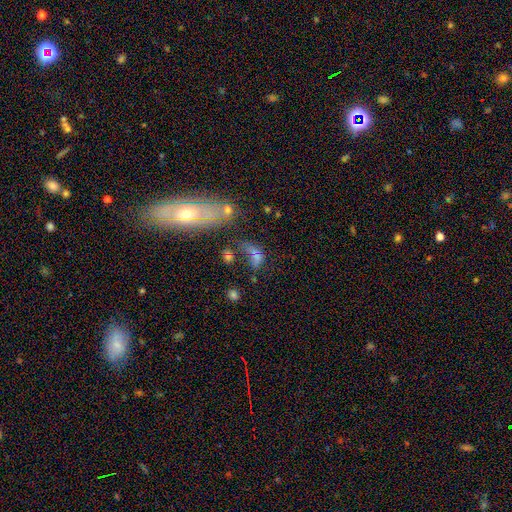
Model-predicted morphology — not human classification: smooth 49%, star or artifact 28%, featured or disk 23%. Down the decision tree: merging — merger (31%).